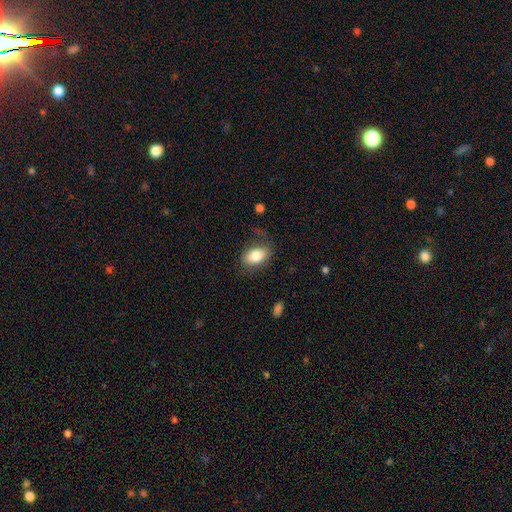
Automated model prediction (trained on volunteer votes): A smooth galaxy with no disk features (78%) that is in between round and cigar-shaped (87%).

Vote fractions:
- Smooth or featured? smooth: 78% / featured or disk: 15% / star or artifact: 7%
- How rounded? in between: 87% / round: 11% / cigar-shaped: 2%
- Merging? none: 65% / minor disturbance: 20% / major disturbance: 13% / merger: 2%